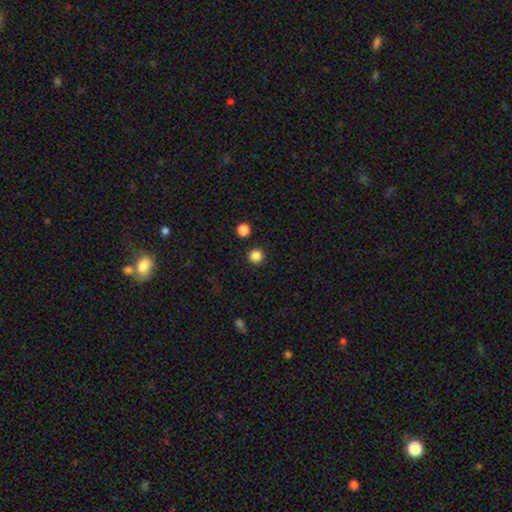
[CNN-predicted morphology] Smooth or featured?
  - smooth: 85% *
  - star or artifact: 12%
  - featured or disk: 3%
How rounded?
  - round: 95% *
  - in between: 4%
  - cigar-shaped: 1%
Merging?
  - none: 92% *
  - minor disturbance: 4%
  - merger: 2%
  - major disturbance: 2%